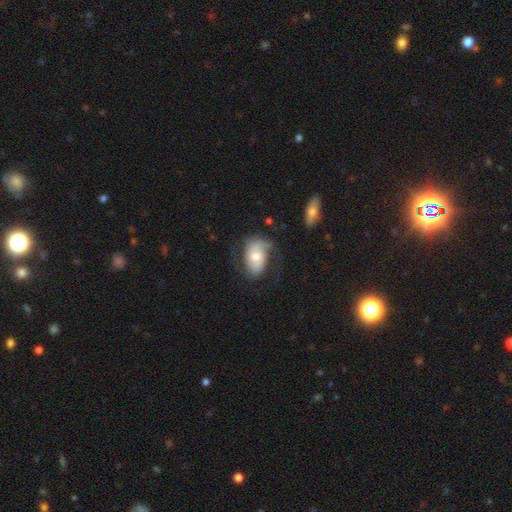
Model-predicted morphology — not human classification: featured or disk 62%, smooth 32%, star or artifact 6%. Down the decision tree: edge-on disk — no (96%); bar — no (52%); spiral arms — yes (85%); spiral arm count — 2 (75%); spiral winding — medium (41%); bulge size — moderate (63%); merging — none (53%).